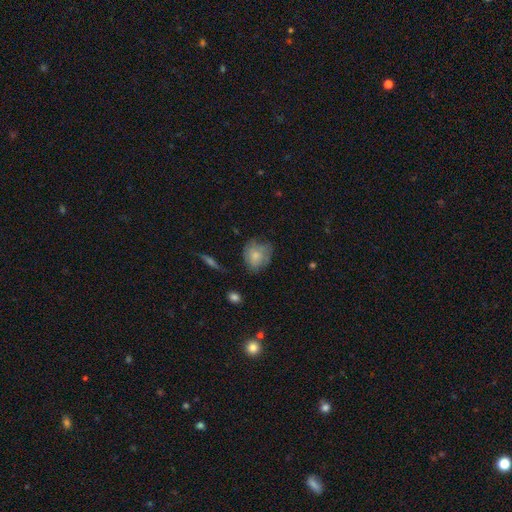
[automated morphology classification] type=smooth (68%); roundness=round (67%); merging=none (56%).